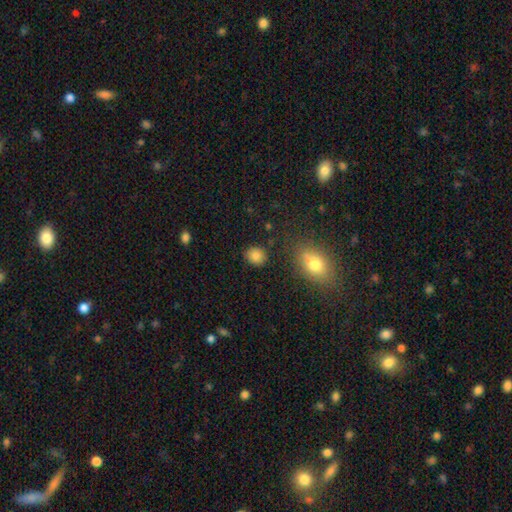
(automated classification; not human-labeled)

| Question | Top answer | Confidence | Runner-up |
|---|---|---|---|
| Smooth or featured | smooth | 84% | star or artifact (11%) |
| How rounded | round | 73% | in between (25%) |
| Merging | none | 84% | minor disturbance (11%) |